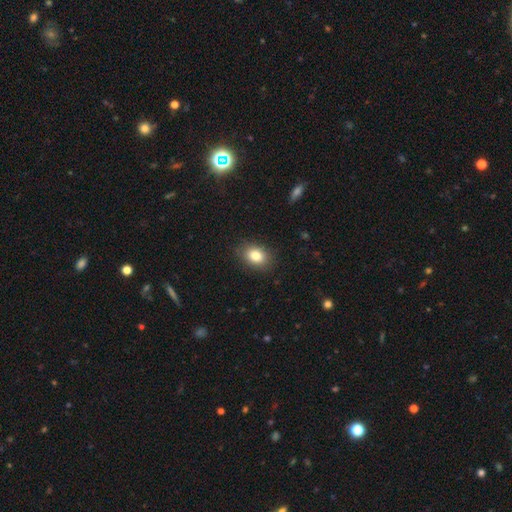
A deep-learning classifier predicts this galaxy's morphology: Smooth or featured? smooth (83%)
How rounded? in between (72%)
Merging? none (86%)